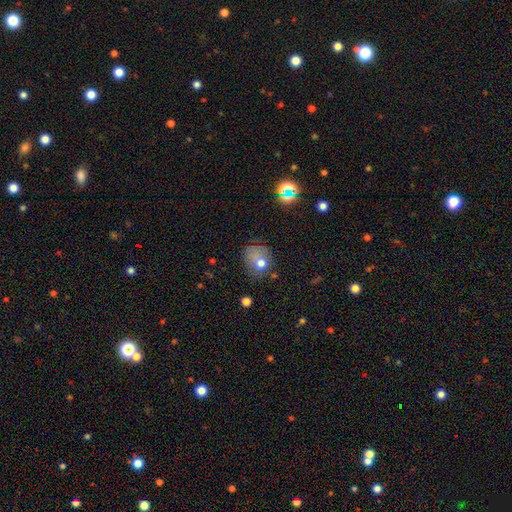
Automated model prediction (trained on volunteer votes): Morphology: type=smooth (69%); roundness=round (62%); merging=none (45%).